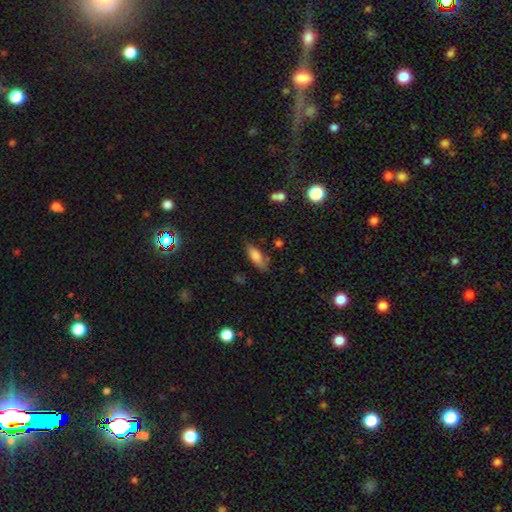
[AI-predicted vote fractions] A smooth galaxy with no disk features (76%) that is in between round and cigar-shaped (65%).

Vote fractions:
- Smooth or featured? smooth: 76% / featured or disk: 16% / star or artifact: 8%
- How rounded? in between: 65% / cigar-shaped: 33% / round: 2%
- Merging? none: 64% / minor disturbance: 25% / major disturbance: 7% / merger: 4%